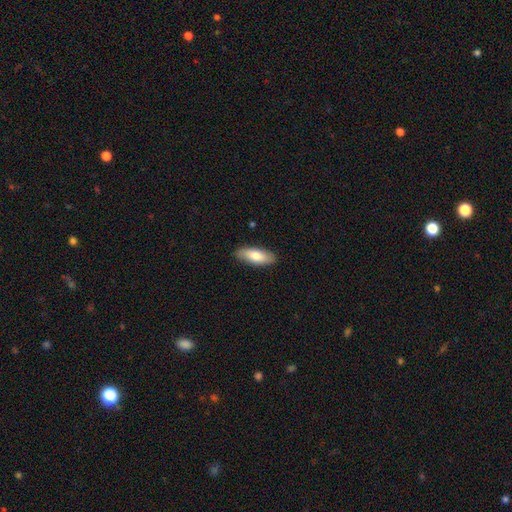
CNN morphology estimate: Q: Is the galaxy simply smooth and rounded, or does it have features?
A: smooth — 78%.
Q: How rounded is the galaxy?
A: in between — 73%.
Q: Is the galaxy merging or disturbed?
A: none — 88%.